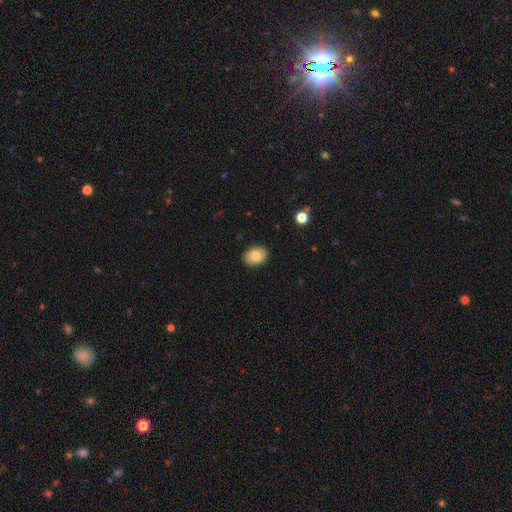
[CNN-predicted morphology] type=smooth (80%); roundness=in between (61%); merging=none (89%).